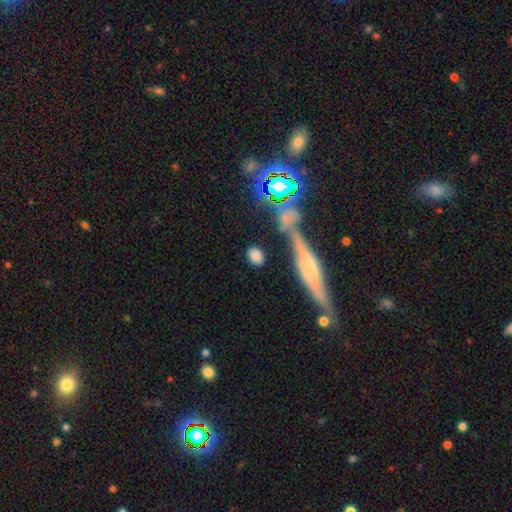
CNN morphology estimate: This is clearly a smooth galaxy (81%). How rounded: possibly in between (56%). Merging: clearly none (80%).